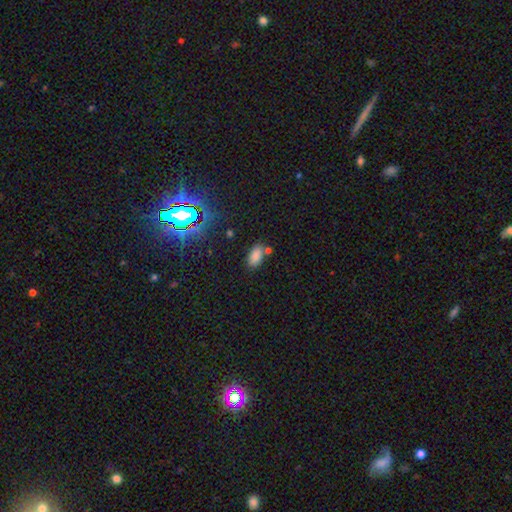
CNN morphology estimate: Smooth or featured? Predicted: smooth (p=0.81). How rounded? Predicted: in between (p=0.92). Merging? Predicted: none (p=0.71).